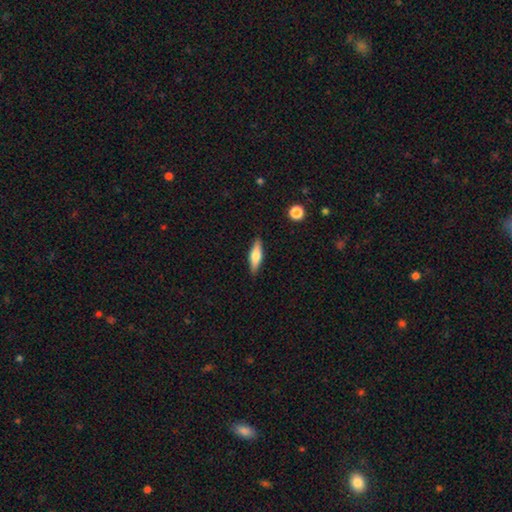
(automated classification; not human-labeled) Smooth or featured? smooth (59%)
How rounded? cigar-shaped (58%)
Merging? none (88%)